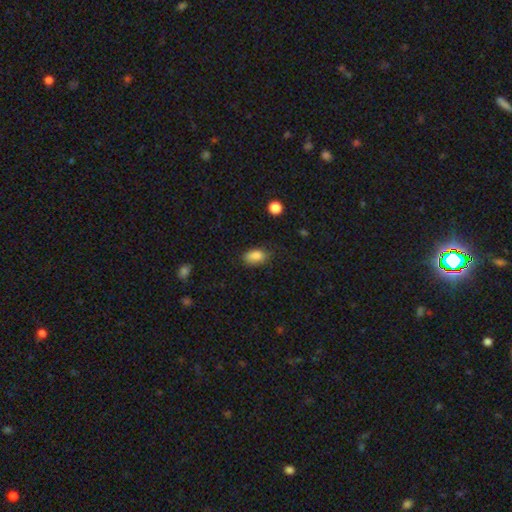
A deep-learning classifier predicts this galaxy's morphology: This is clearly a smooth galaxy (84%). How rounded: clearly in between (88%). Merging: likely none (70%).